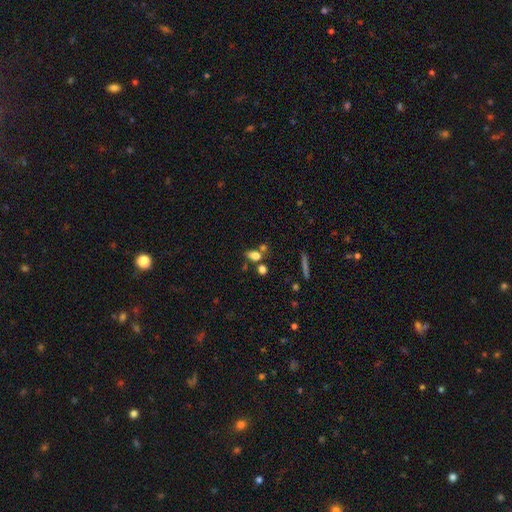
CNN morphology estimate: A smooth galaxy with no disk features (75%) that is in between round and cigar-shaped (72%).

Vote fractions:
- Smooth or featured? smooth: 75% / star or artifact: 13% / featured or disk: 12%
- How rounded? in between: 72% / round: 18% / cigar-shaped: 10%
- Merging? none: 52% / merger: 29% / minor disturbance: 13% / major disturbance: 6%